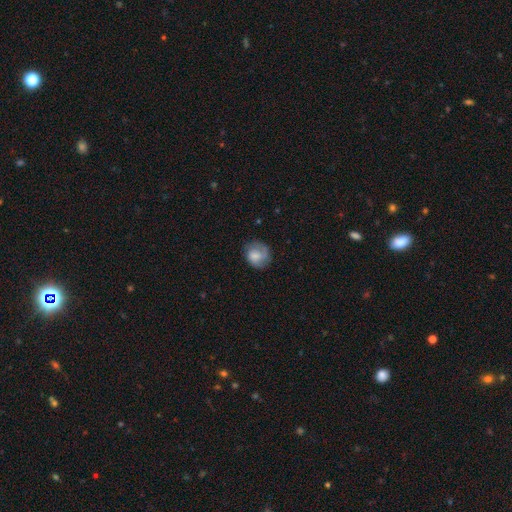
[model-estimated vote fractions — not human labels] Overall: smooth (62%; featured or disk 30%). How rounded: round (74%). Merging: none (69%).